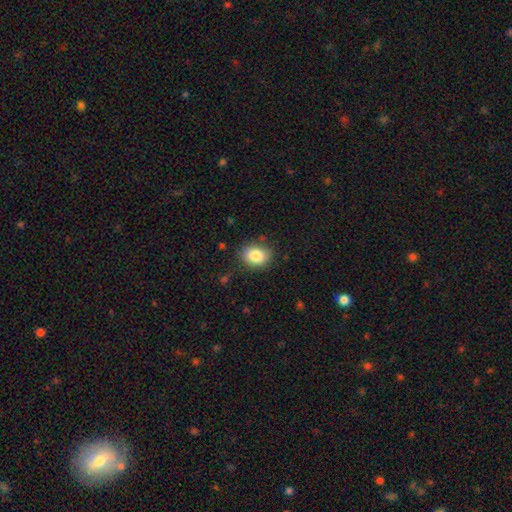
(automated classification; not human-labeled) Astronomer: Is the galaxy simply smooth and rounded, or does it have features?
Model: smooth — 85%.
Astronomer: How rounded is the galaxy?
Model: in between — 60% (runner-up: round, 39%).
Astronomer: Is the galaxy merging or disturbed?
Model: none — 82%.